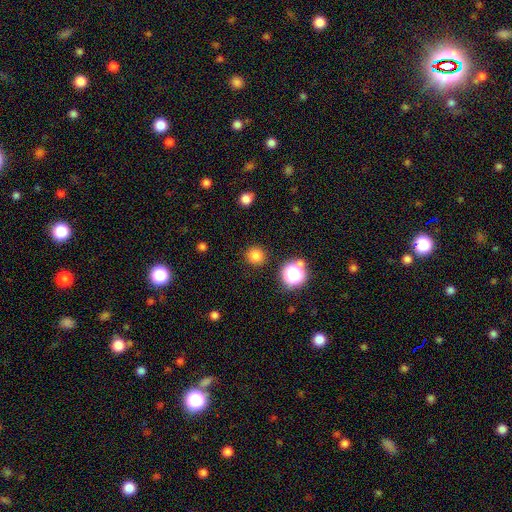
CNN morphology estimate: smooth-or-featured: smooth: 79% | star or artifact: 17% | featured or disk: 4%
  how-rounded: round: 95% | in between: 4% | cigar-shaped: 1%
  merging: none: 90% | minor disturbance: 6% | major disturbance: 3% | merger: 2%